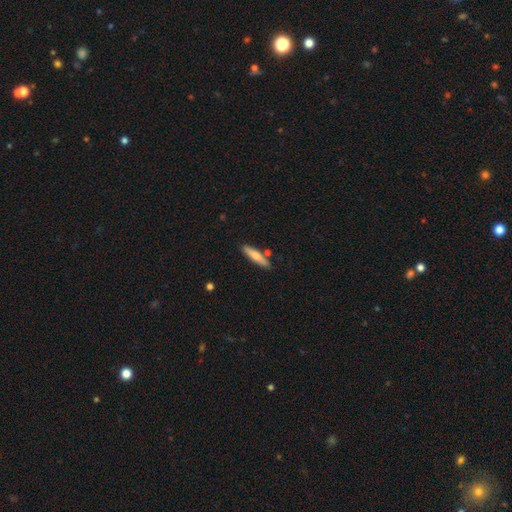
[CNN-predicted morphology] type=smooth (67%); roundness=cigar-shaped (83%); merging=none (81%).